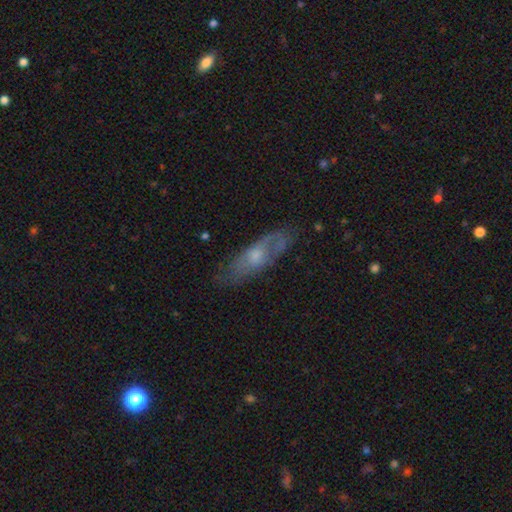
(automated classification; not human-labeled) smooth-or-featured: featured or disk: 52% | smooth: 42% | star or artifact: 7%
  disk-edge-on: no: 71% | yes: 29%
  merging: none: 67% | minor disturbance: 23% | major disturbance: 9% | merger: 2%